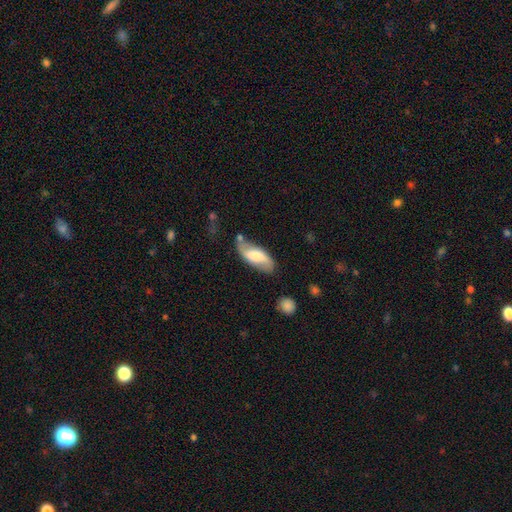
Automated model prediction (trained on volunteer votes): Morphology: type=featured or disk (50%); edge-on=no (86%); merging=none (66%).